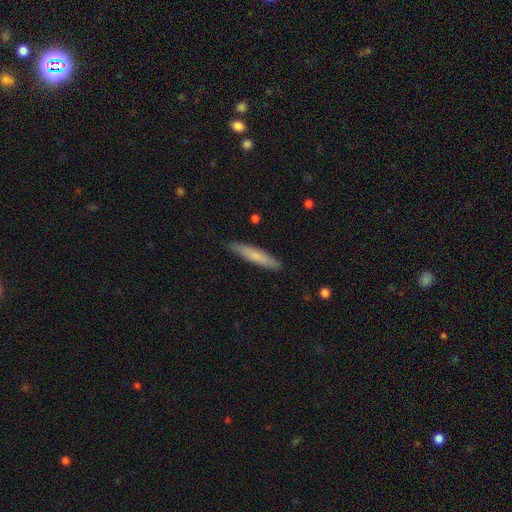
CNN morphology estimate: Smooth or featured? Predicted: smooth (p=0.74). How rounded? Predicted: cigar-shaped (p=0.90). Merging? Predicted: none (p=0.87).